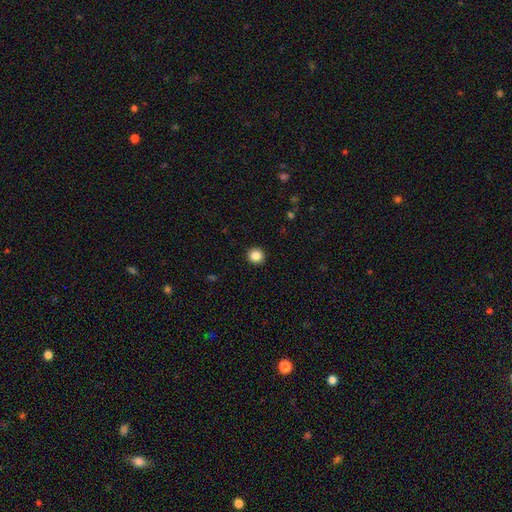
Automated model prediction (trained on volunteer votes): A smooth galaxy with no disk features (86%) that is round (92%). Merging: none (93%).